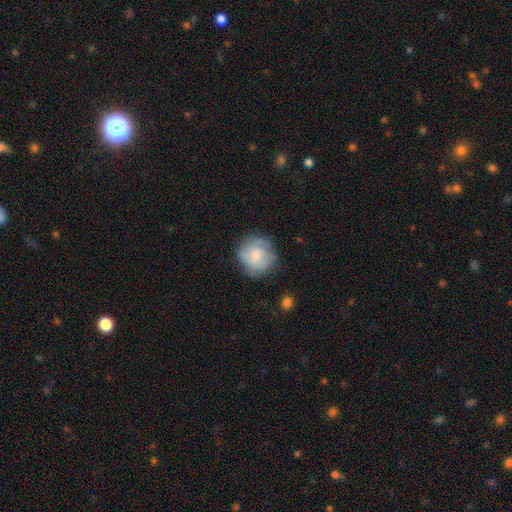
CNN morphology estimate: type=smooth (57%); roundness=round (88%); merging=none (69%).